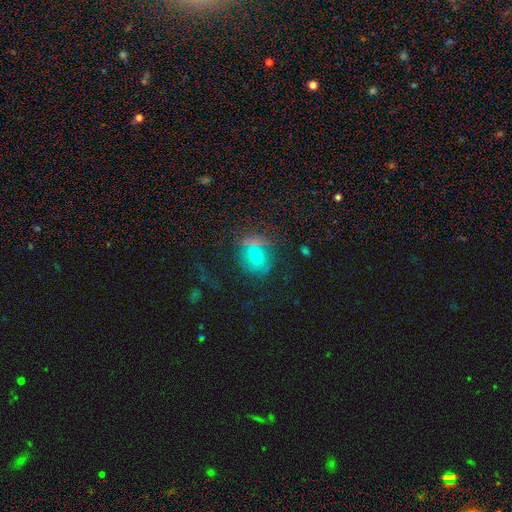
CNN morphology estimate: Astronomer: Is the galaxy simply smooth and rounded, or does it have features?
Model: smooth — 59%.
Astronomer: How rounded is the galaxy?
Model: round — 71%.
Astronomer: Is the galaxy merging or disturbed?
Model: none — 69%.